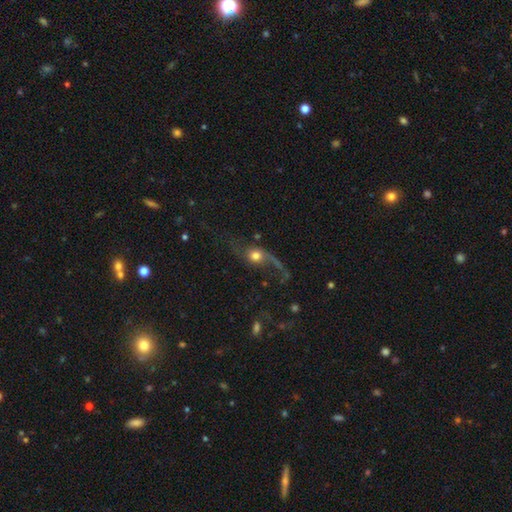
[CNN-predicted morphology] Smooth or featured? Predicted: featured or disk (p=0.55). Edge-on disk? Predicted: no (p=0.90). Merging? Predicted: none (p=0.42).